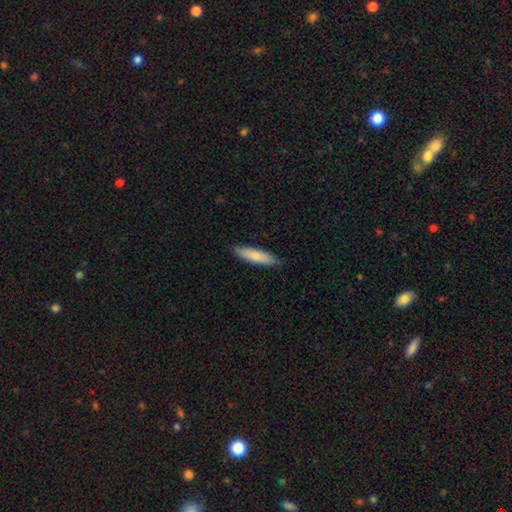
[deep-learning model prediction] Morphology: type=smooth (80%); roundness=cigar-shaped (70%); merging=none (84%).